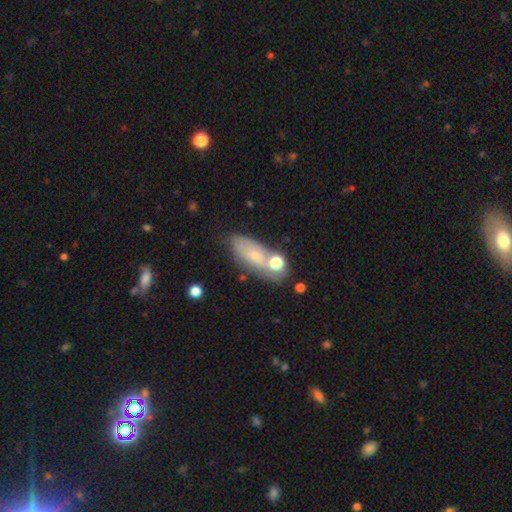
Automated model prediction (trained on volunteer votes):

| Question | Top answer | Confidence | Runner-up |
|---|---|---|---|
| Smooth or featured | smooth | 59% | featured or disk (31%) |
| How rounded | in between | 76% | cigar-shaped (19%) |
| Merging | none | 54% | minor disturbance (23%) |